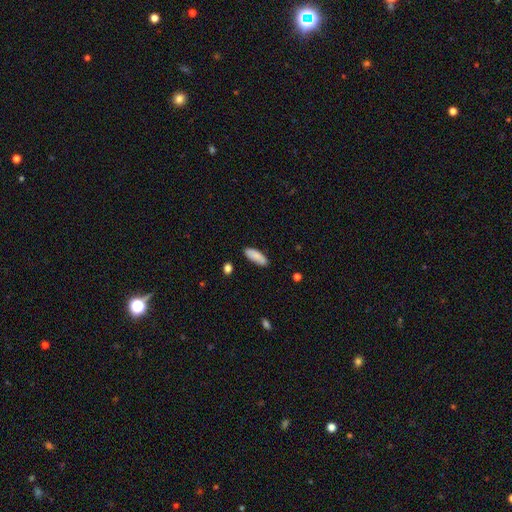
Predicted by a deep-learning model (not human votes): smooth 85%, featured or disk 9%, star or artifact 6%. Down the decision tree: how rounded — in between (67%); merging — none (81%).